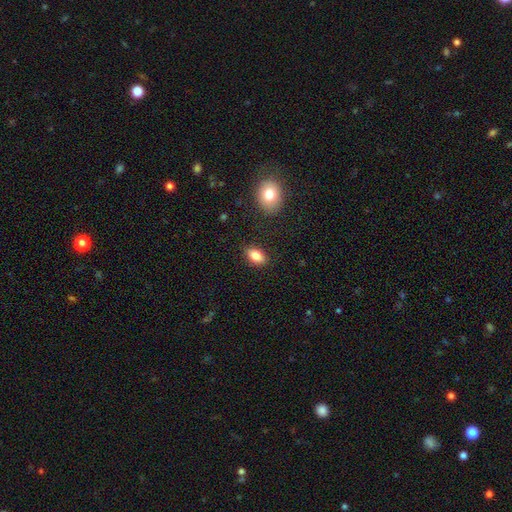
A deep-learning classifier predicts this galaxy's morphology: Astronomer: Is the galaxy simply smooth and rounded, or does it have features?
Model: smooth — 84%.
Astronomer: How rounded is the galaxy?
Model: in between — 88%.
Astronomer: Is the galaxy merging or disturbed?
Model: none — 85%.